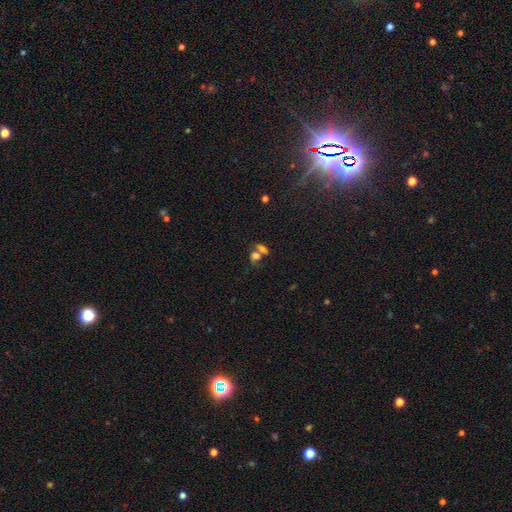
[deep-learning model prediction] smooth 65%, featured or disk 19%, star or artifact 17%. Down the decision tree: how rounded — in between (61%); merging — merger (52%).